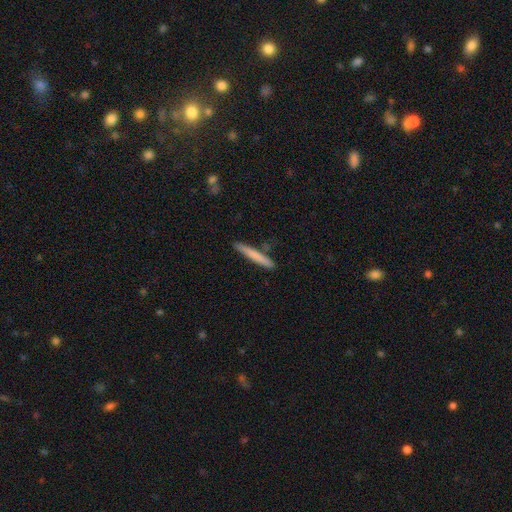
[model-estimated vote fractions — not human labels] The model was most divided on "smooth or featured": smooth: 72%, featured or disk: 22%, star or artifact: 5%. More confident: how rounded — cigar-shaped (96%); merging — none (86%).